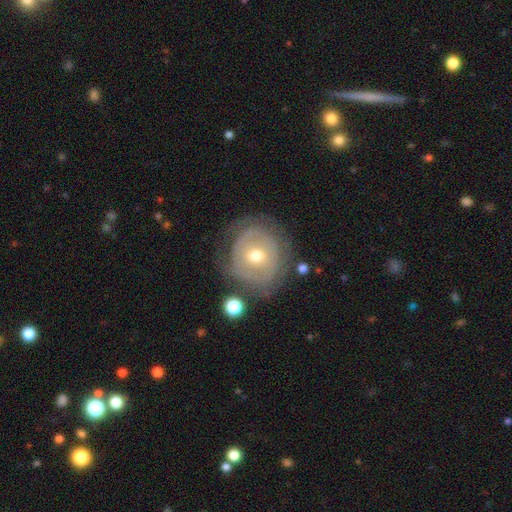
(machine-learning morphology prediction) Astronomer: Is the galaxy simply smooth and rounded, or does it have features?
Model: featured or disk — 62%.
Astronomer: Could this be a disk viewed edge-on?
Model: no — 96%.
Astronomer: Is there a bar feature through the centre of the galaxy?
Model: no — 71%.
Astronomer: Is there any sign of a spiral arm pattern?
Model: yes — 55% (runner-up: no, 45%).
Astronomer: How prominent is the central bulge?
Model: moderate — 68%.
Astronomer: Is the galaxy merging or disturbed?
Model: none — 64%.